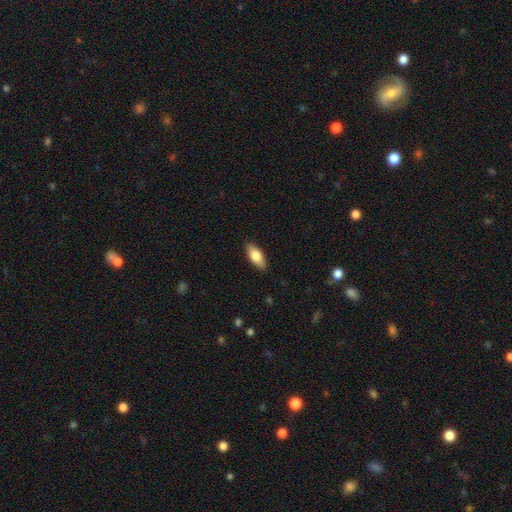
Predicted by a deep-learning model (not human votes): This appears to be a smooth galaxy with no disk features (74%) that is in between round and cigar-shaped (81%). Merging: none (88%).